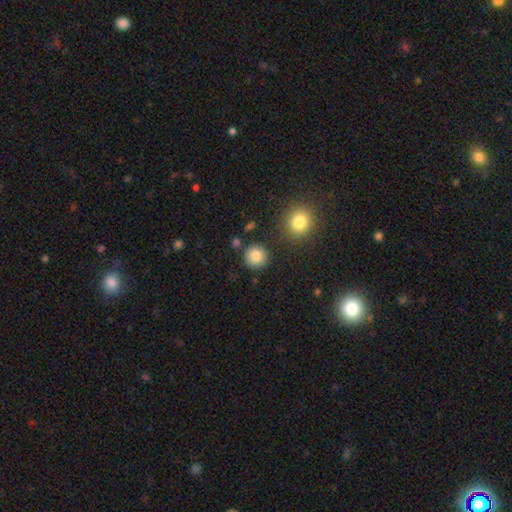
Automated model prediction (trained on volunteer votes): Smooth or featured: smooth — 85% (star or artifact — 10%)
How rounded: round — 93% (in between — 6%)
Merging: none — 87% (minor disturbance — 7%)